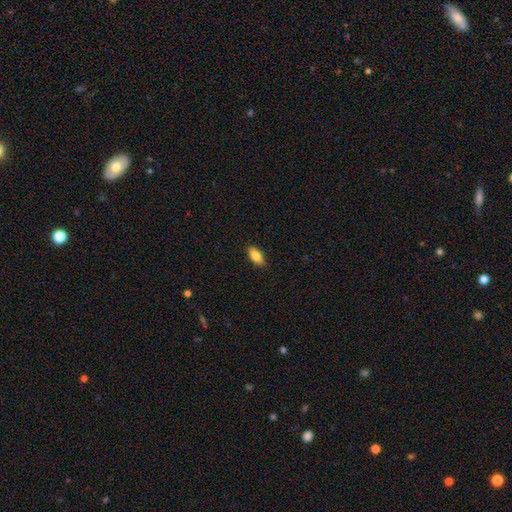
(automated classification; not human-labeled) smooth-or-featured: smooth: 80% | featured or disk: 13% | star or artifact: 7%
  how-rounded: in between: 86% | cigar-shaped: 12% | round: 3%
  merging: none: 87% | minor disturbance: 10% | major disturbance: 2% | merger: 1%